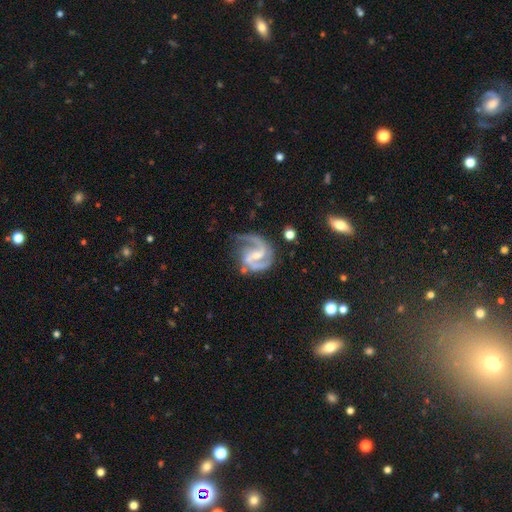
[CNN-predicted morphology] smooth-or-featured: featured or disk: 91% | star or artifact: 5% | smooth: 4%
  disk-edge-on: no: 98% | yes: 2%
    bar: weak: 50% | strong: 29% | no: 21%
    has-spiral-arms: yes: 98% | no: 2%
      spiral-winding: medium: 58% | loose: 24% | tight: 18%
      spiral-arm-count: 2: 82% | 3: 7% | 1: 5% | can't tell: 3% | 4: 2% | more than 4: 2%
    bulge-size: small: 56% | moderate: 34% | none: 8% | large: 2% | dominant: 1%
  merging: none: 58% | minor disturbance: 23% | major disturbance: 15% | merger: 4%